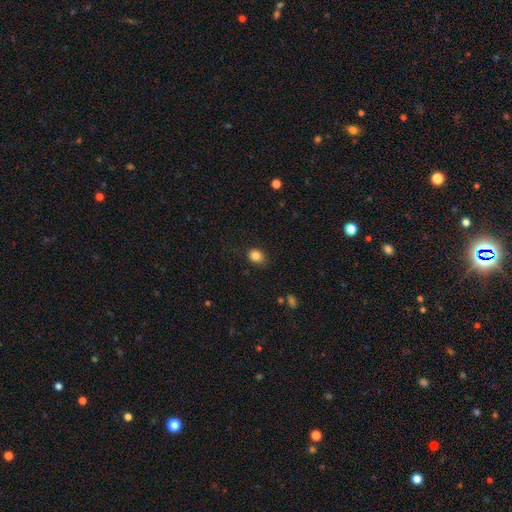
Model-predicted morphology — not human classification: The model was most divided on "how rounded": round: 51%, in between: 48%, cigar-shaped: 1%. More confident: smooth or featured — smooth (84%); merging — none (83%).